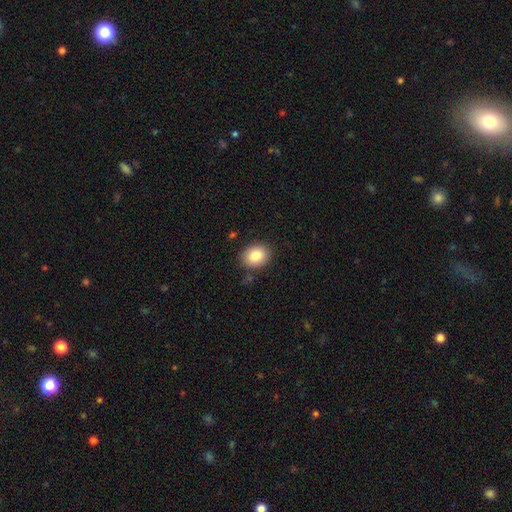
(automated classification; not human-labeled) Smooth or featured? smooth (83%)
How rounded? in between (51%)
Merging? none (86%)